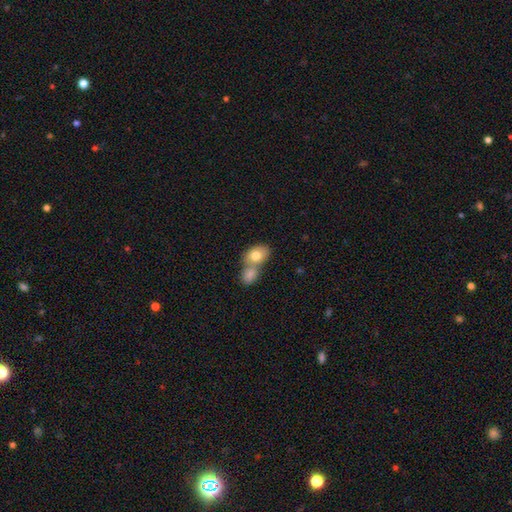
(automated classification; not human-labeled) Q: Smooth or featured?
A: smooth (78%); runner-up: featured or disk (15%)
Q: How rounded?
A: in between (72%); runner-up: round (26%)
Q: Merging?
A: merger (64%); runner-up: none (26%)